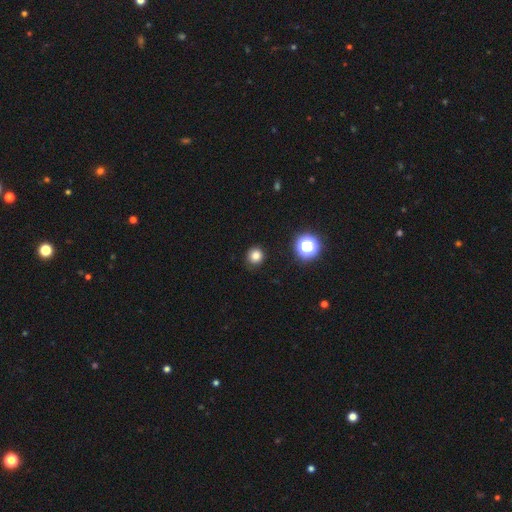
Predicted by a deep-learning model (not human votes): Q: Smooth or featured?
A: smooth (81%); runner-up: star or artifact (15%)
Q: How rounded?
A: round (92%); runner-up: in between (7%)
Q: Merging?
A: none (87%); runner-up: minor disturbance (9%)